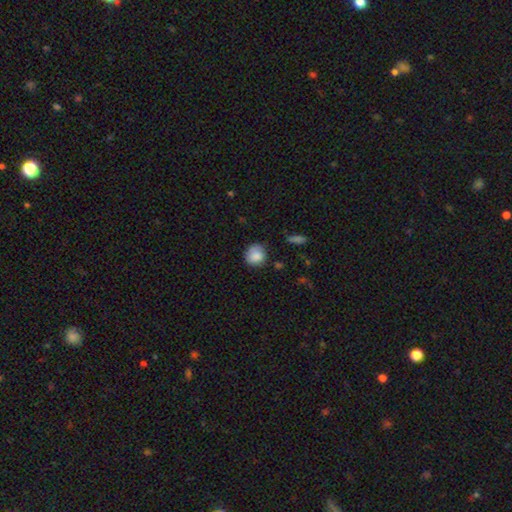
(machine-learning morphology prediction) Q: Smooth or featured?
A: smooth (86%); runner-up: star or artifact (8%)
Q: How rounded?
A: round (80%); runner-up: in between (19%)
Q: Merging?
A: none (68%); runner-up: minor disturbance (25%)